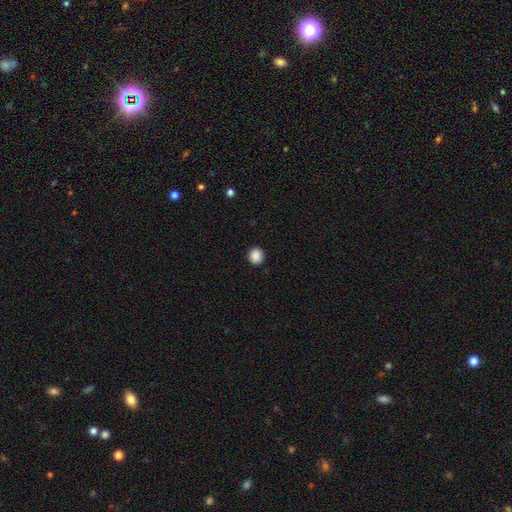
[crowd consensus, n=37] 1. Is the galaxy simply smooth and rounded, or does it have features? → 95% smooth, 3% featured or disk, 3% star or artifact.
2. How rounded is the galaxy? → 91% round, 9% in between, 0% cigar-shaped.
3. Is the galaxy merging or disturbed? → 100% none, 0% minor disturbance, 0% major disturbance, 0% merger.